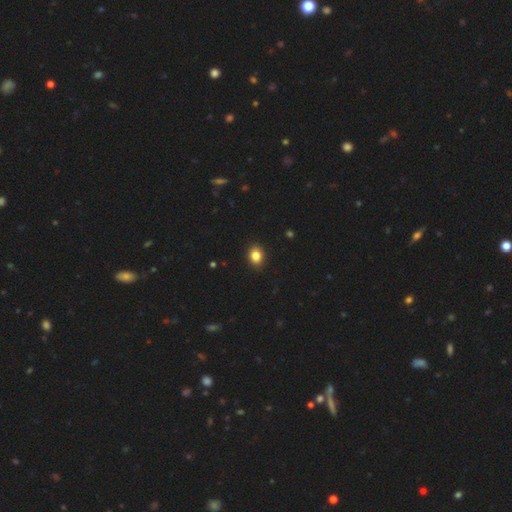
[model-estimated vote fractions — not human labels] The model was most divided on "how rounded": in between: 51%, round: 48%, cigar-shaped: 1%. More confident: merging — none (90%); smooth or featured — smooth (85%).